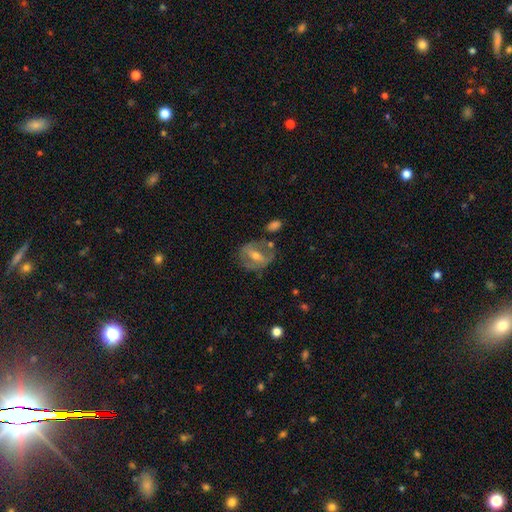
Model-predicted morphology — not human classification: smooth-or-featured: featured or disk: 62% | smooth: 30% | star or artifact: 8%
  disk-edge-on: no: 91% | yes: 9%
    bar: strong: 44% | weak: 33% | no: 23%
    has-spiral-arms: no: 56% | yes: 44%
    bulge-size: moderate: 55% | small: 40% | large: 3% | none: 2% | dominant: 1%
  merging: none: 58% | minor disturbance: 20% | major disturbance: 13% | merger: 9%